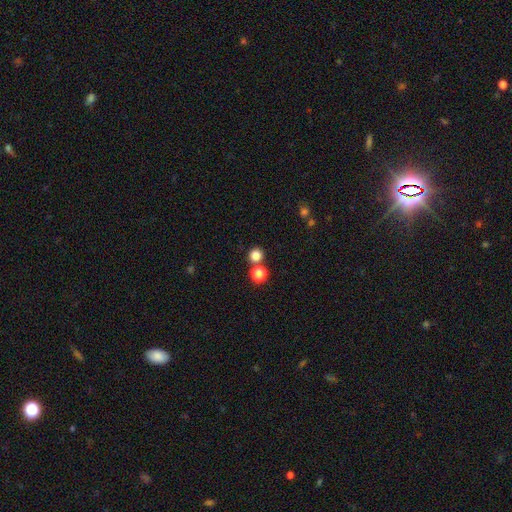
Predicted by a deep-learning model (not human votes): A smooth galaxy with no disk features (81%) that is round (91%).

Vote fractions:
- Smooth or featured? smooth: 81% / star or artifact: 14% / featured or disk: 5%
- How rounded? round: 91% / in between: 8% / cigar-shaped: 1%
- Merging? none: 73% / merger: 18% / minor disturbance: 6% / major disturbance: 3%